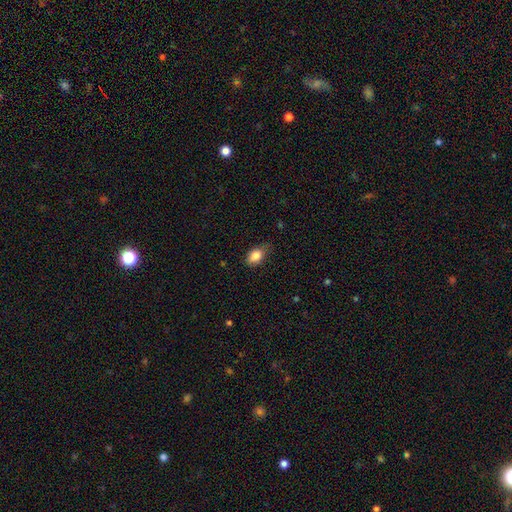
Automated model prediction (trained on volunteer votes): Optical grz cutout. It shows a smooth galaxy with no disk features (84%) that is in between round and cigar-shaped (85%). Merging: none (63%).